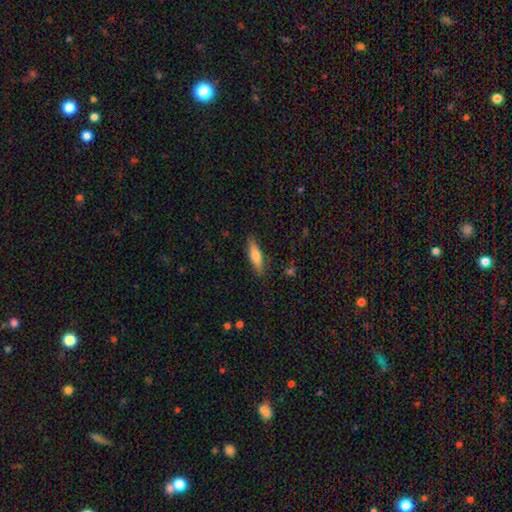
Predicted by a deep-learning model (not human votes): Smooth or featured? smooth (68%)
How rounded? cigar-shaped (62%)
Merging? none (86%)